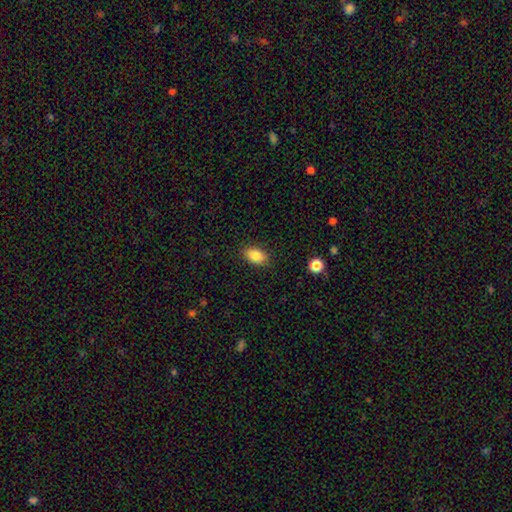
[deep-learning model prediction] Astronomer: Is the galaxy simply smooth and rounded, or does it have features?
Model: smooth — 84%.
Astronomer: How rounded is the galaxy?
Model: in between — 89%.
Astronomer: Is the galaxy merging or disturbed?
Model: none — 88%.